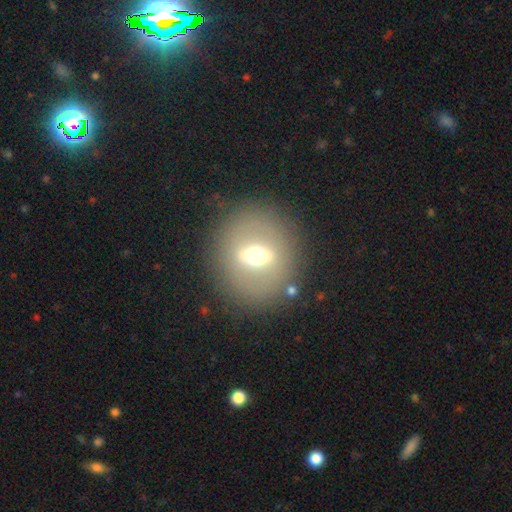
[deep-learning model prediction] Overall: featured or disk (59%; smooth 31%). Edge-on disk: no (68%; yes 32%). Merging: none (85%).